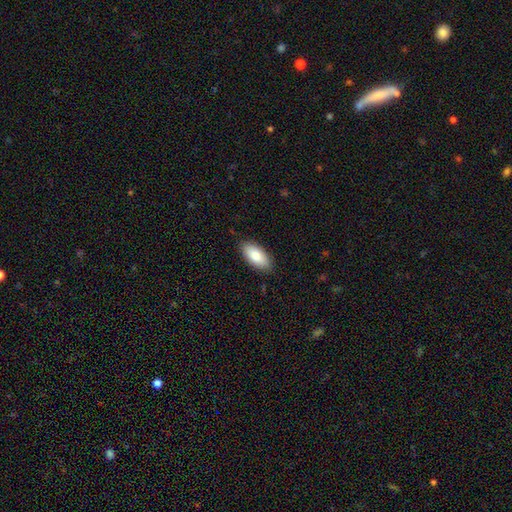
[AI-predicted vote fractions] This appears to be a smooth galaxy with no disk features (84%) that is in between round and cigar-shaped (91%). Merging: none (88%).